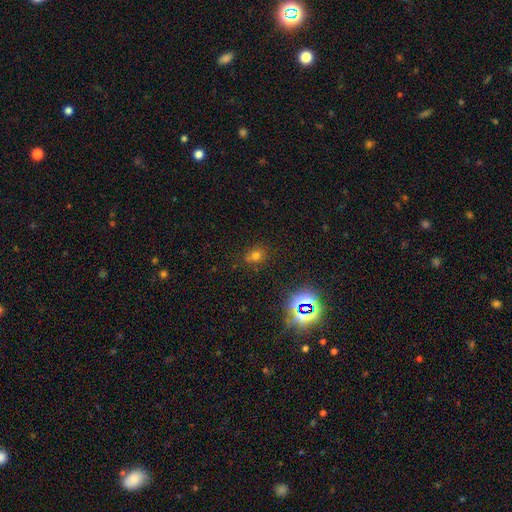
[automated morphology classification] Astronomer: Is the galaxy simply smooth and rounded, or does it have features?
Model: smooth — 64%.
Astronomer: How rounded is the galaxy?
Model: round — 60% (runner-up: in between, 38%).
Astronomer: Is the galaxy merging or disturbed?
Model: none — 75%.